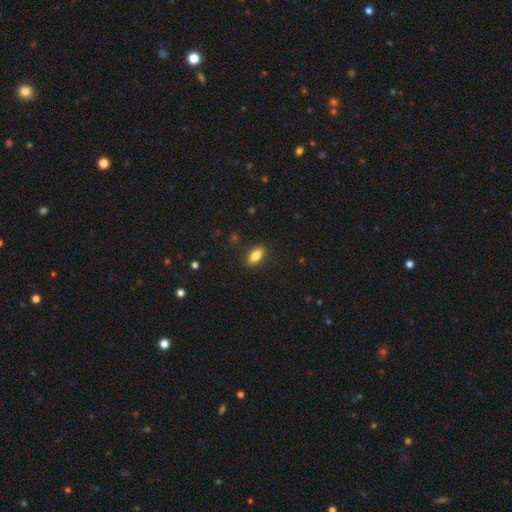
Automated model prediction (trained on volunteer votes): This is likely a smooth galaxy (78%). How rounded: clearly in between (84%). Merging: clearly none (88%).